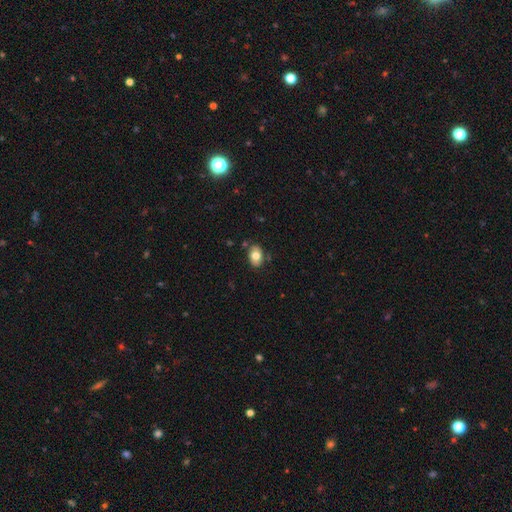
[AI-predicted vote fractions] The model was most divided on "smooth or featured": smooth: 76%, featured or disk: 16%, star or artifact: 8%. More confident: how rounded — in between (82%); merging — none (80%).